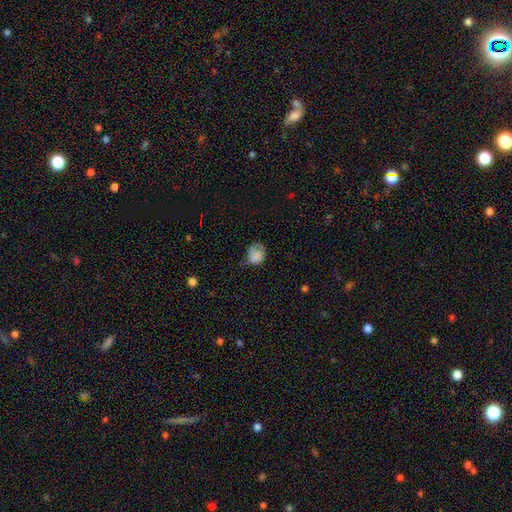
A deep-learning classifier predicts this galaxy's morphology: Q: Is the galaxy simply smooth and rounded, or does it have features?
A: smooth — 79%.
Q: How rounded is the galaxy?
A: round — 57%.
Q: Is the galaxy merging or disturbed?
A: minor disturbance — 41%.